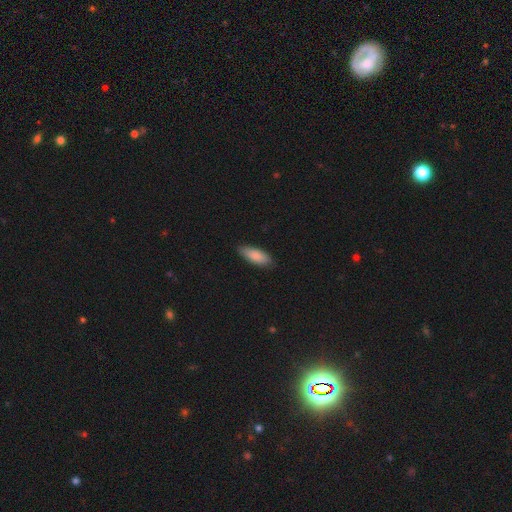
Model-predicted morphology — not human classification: A smooth galaxy with no disk features (86%) that is in between round and cigar-shaped (72%). Merging: none (83%).